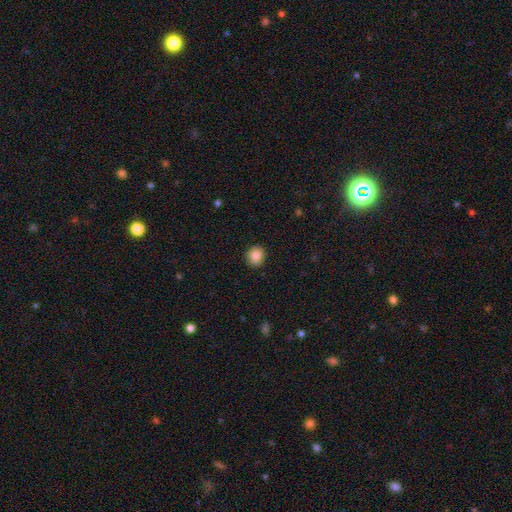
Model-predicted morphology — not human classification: A smooth galaxy with no disk features (87%) that is round (80%).

Vote fractions:
- Smooth or featured? smooth: 87% / star or artifact: 9% / featured or disk: 4%
- How rounded? round: 80% / in between: 19% / cigar-shaped: 1%
- Merging? none: 90% / minor disturbance: 7% / major disturbance: 2% / merger: 1%